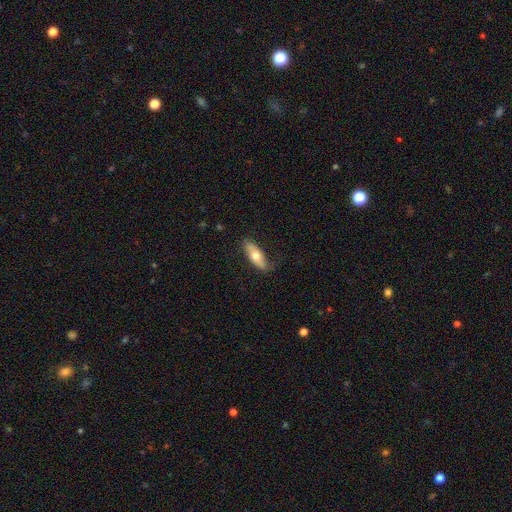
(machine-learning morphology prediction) This is possibly a smooth galaxy (60%). How rounded: likely in between (63%). Merging: likely none (70%).